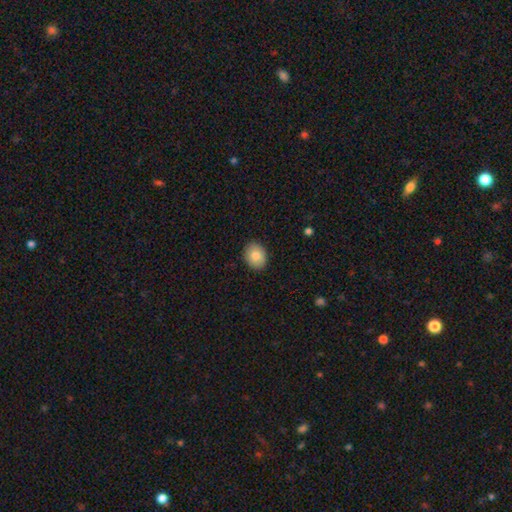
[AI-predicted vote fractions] This appears to be a smooth galaxy with no disk features (82%) that is in between round and cigar-shaped (55%). Merging: none (90%).